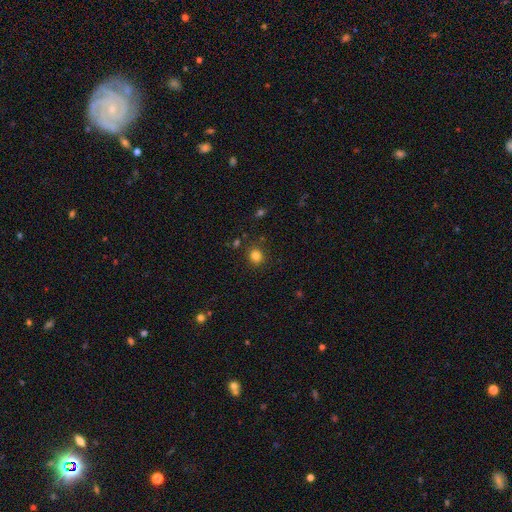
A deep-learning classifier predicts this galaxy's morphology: This appears to be a smooth galaxy with no disk features (82%) that is round (87%). Merging: none (88%).